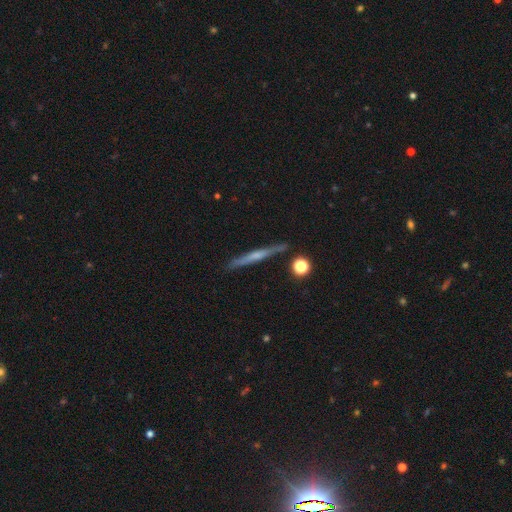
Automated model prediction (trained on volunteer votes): A featured or disk galaxy (58%) viewed edge-on (97%) with a rounded central bulge (48%). Merging: none (87%).